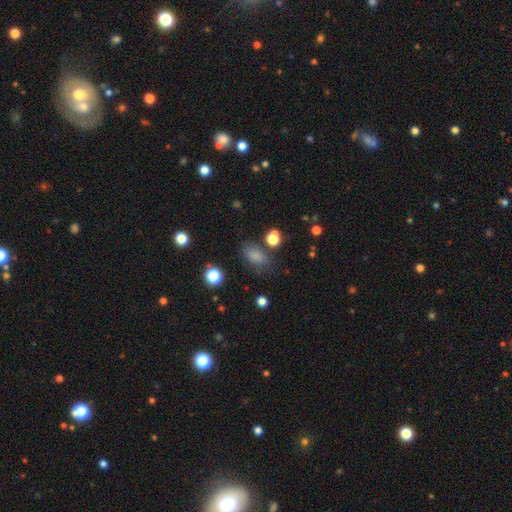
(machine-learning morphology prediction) Smooth or featured?
  - smooth: 80% *
  - star or artifact: 14%
  - featured or disk: 6%
How rounded?
  - in between: 84% *
  - round: 14%
  - cigar-shaped: 2%
Merging?
  - none: 71% *
  - minor disturbance: 18%
  - major disturbance: 7%
  - merger: 5%